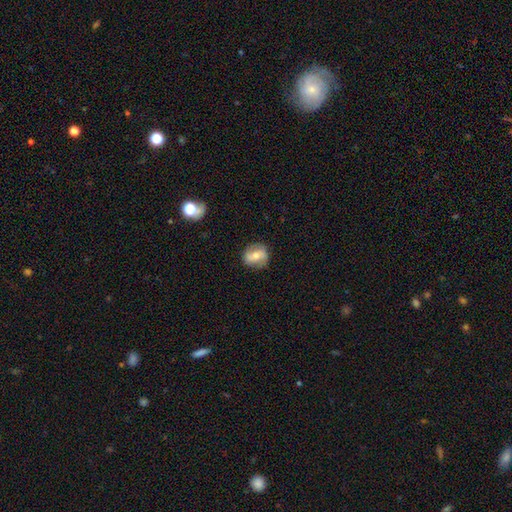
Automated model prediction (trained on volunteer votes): Smooth or featured? featured or disk (48%)
Merging? none (81%)